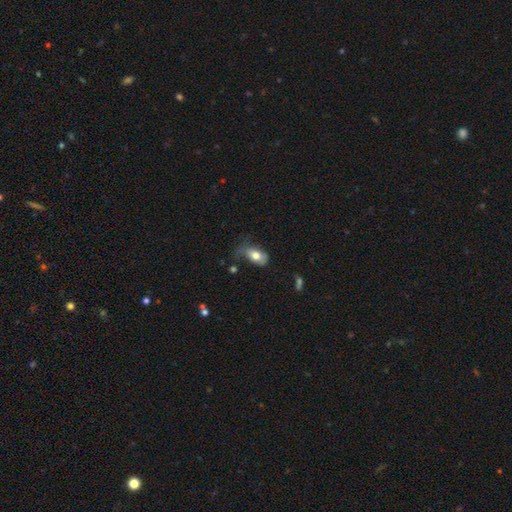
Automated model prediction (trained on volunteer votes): smooth-or-featured: smooth: 70% | featured or disk: 22% | star or artifact: 8%
  how-rounded: in between: 88% | round: 9% | cigar-shaped: 3%
  merging: major disturbance: 34% (tied) | minor disturbance: 34% (tied) | none: 28% | merger: 4%